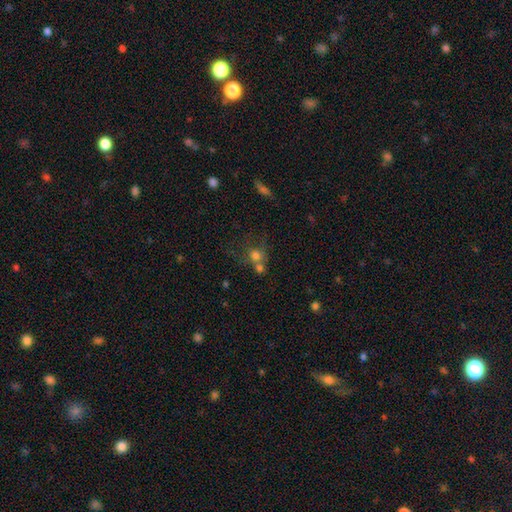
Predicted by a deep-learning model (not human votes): smooth_or_featured: smooth (p=0.71) [alt: star or artifact p=0.15]
how_rounded: round (p=0.81) [alt: in between p=0.17]
merging: none (p=0.41) [alt: merger p=0.40]